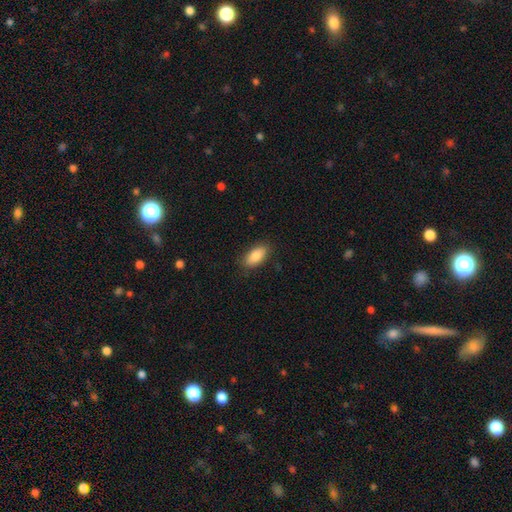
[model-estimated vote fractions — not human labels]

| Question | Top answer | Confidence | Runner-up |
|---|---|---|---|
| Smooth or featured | smooth | 85% | featured or disk (8%) |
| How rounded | in between | 92% | cigar-shaped (5%) |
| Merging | none | 85% | minor disturbance (12%) |